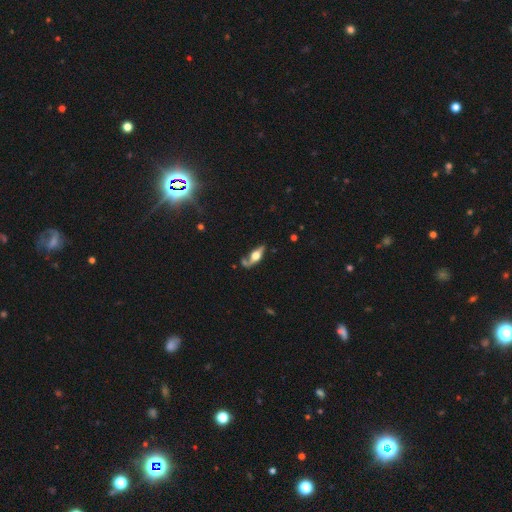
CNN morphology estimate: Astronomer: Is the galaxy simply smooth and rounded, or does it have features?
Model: featured or disk — 63%.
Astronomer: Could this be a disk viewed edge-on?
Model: yes — 85%.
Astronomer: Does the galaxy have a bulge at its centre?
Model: rounded — 93%.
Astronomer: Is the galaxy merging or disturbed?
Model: none — 58%.